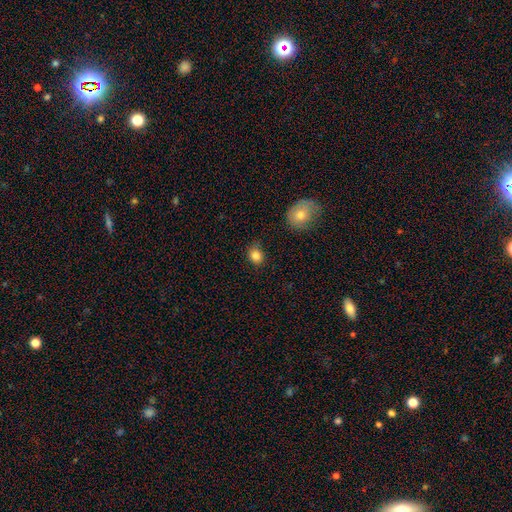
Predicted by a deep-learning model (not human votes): This is clearly a smooth galaxy (84%). How rounded: likely round (71%). Merging: likely none (71%).